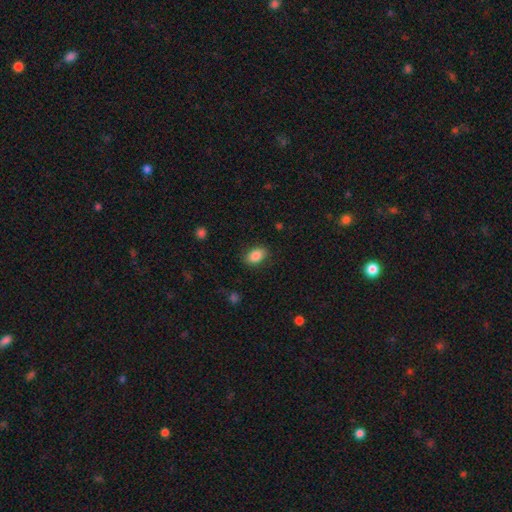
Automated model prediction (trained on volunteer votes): This is clearly a smooth galaxy (86%). How rounded: clearly in between (84%). Merging: clearly none (85%).